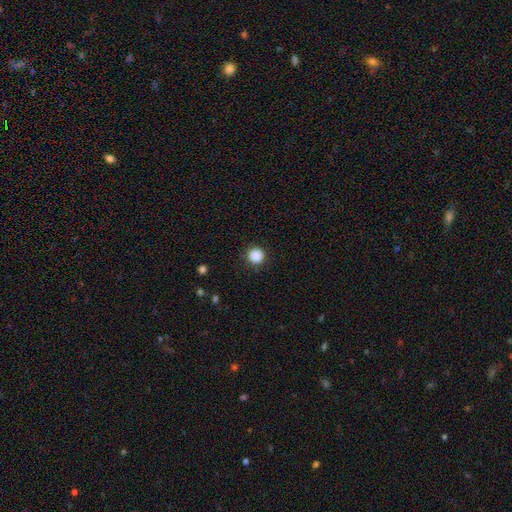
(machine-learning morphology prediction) Smooth or featured?
  - smooth: 88% *
  - star or artifact: 10%
  - featured or disk: 2%
How rounded?
  - round: 95% *
  - in between: 4%
  - cigar-shaped: 1%
Merging?
  - none: 89% *
  - minor disturbance: 7%
  - major disturbance: 2%
  - merger: 1%